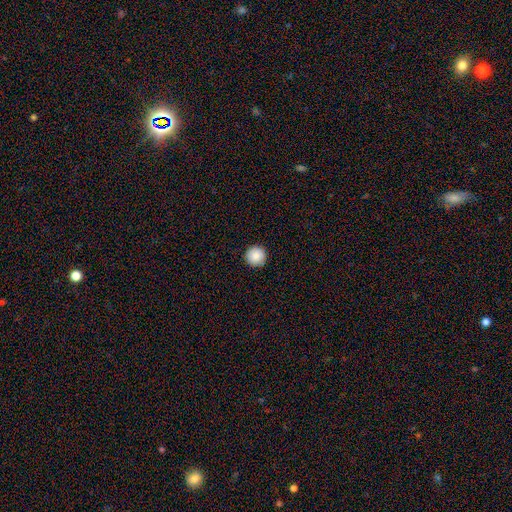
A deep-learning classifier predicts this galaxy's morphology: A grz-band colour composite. It shows a smooth galaxy with no disk features (87%) that is round (96%). Merging: none (92%).